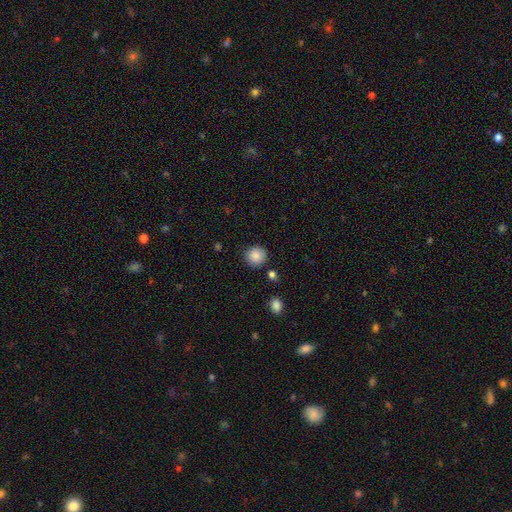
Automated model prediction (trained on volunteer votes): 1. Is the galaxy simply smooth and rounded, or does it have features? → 88% smooth, 9% star or artifact, 3% featured or disk.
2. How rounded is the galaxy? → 92% round, 7% in between, 1% cigar-shaped.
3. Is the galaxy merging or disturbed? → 87% none, 7% minor disturbance, 3% merger, 2% major disturbance.